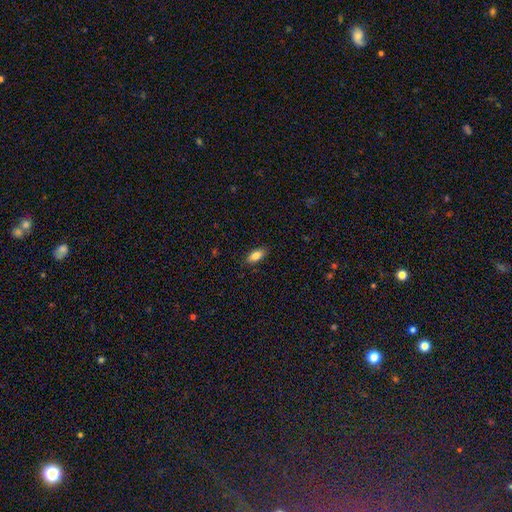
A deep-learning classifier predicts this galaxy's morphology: Smooth or featured: smooth — 85% (star or artifact — 8%)
How rounded: in between — 89% (cigar-shaped — 7%)
Merging: none — 87% (minor disturbance — 10%)